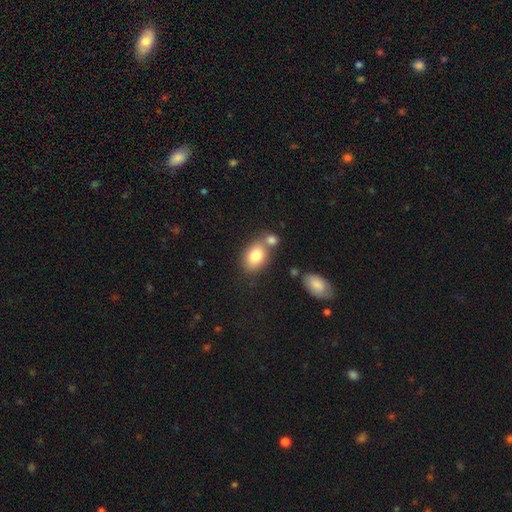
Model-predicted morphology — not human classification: smooth 81%, featured or disk 11%, star or artifact 8%. Down the decision tree: how rounded — in between (79%); merging — none (53%).